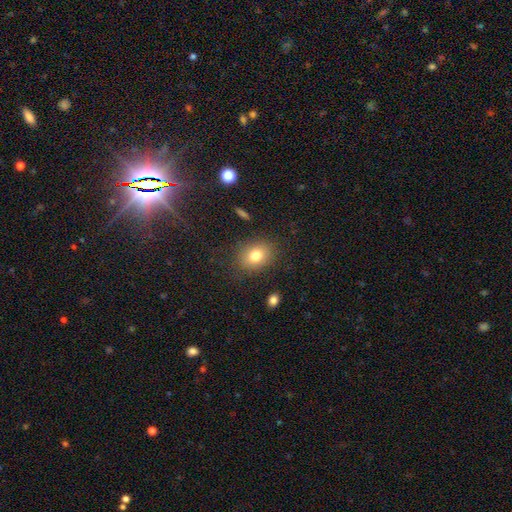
smooth 89%, featured or disk 5%, star or artifact 5%. Down the decision tree: how rounded — round (67%); merging — none (83%).